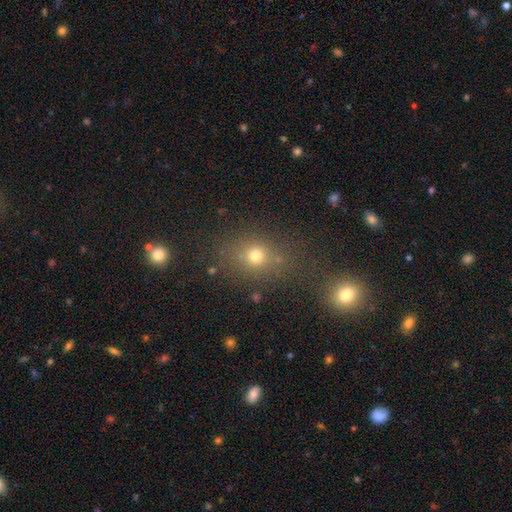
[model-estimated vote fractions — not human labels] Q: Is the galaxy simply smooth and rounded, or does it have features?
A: smooth — 69%.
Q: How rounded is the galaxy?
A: round — 60%.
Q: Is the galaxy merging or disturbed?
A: none — 69%.